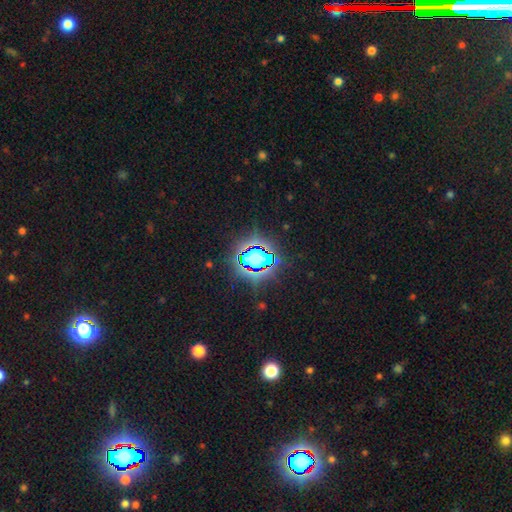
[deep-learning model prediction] Smooth or featured: star or artifact — 69% (smooth — 20%)